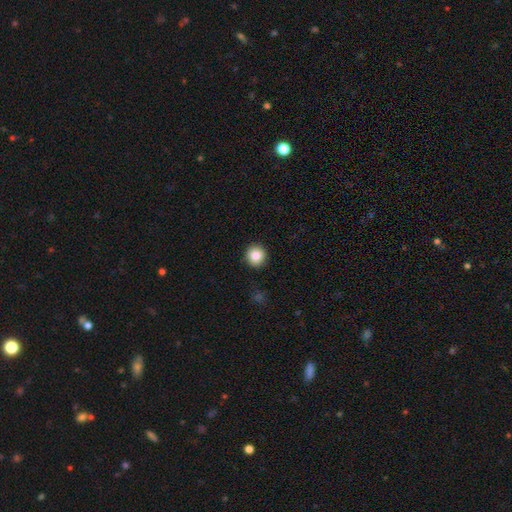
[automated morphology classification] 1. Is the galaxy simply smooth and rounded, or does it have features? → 86% smooth, 9% star or artifact, 5% featured or disk.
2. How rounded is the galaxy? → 93% round, 6% in between, 1% cigar-shaped.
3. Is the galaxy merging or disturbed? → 91% none, 6% minor disturbance, 2% major disturbance, 1% merger.